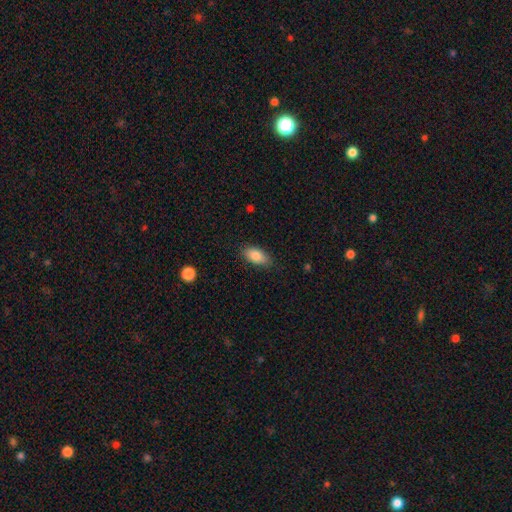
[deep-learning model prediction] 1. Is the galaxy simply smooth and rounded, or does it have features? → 84% smooth, 9% featured or disk, 7% star or artifact.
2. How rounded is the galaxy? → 90% in between, 6% cigar-shaped, 4% round.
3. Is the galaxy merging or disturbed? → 83% none, 13% minor disturbance, 3% major disturbance, 1% merger.